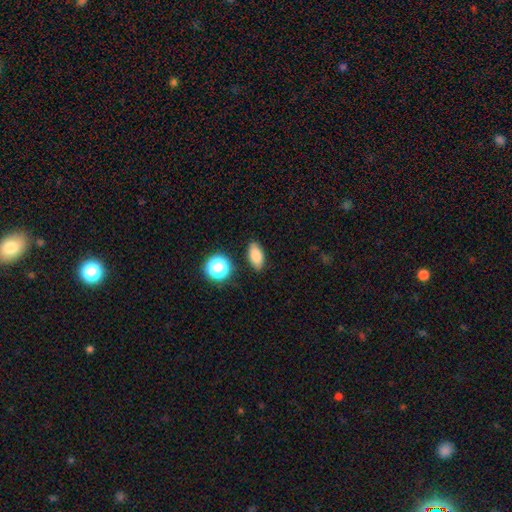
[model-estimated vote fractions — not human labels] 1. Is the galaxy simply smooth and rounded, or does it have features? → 81% smooth, 10% star or artifact, 9% featured or disk.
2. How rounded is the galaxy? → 84% in between, 10% round, 6% cigar-shaped.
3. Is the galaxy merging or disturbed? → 86% none, 10% minor disturbance, 2% major disturbance, 2% merger.